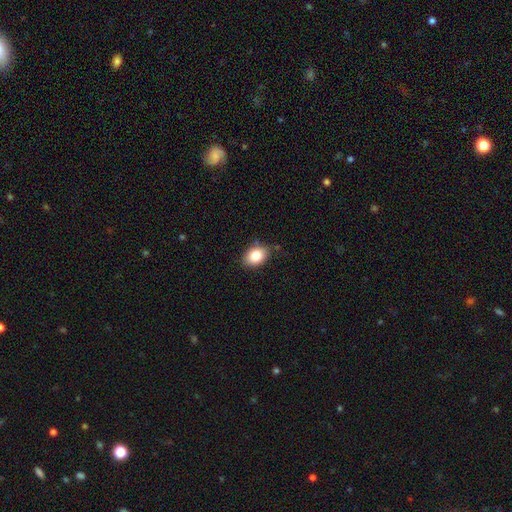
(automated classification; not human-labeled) Smooth or featured: smooth — 83% (star or artifact — 9%)
How rounded: in between — 74% (round — 25%)
Merging: none — 77% (minor disturbance — 18%)